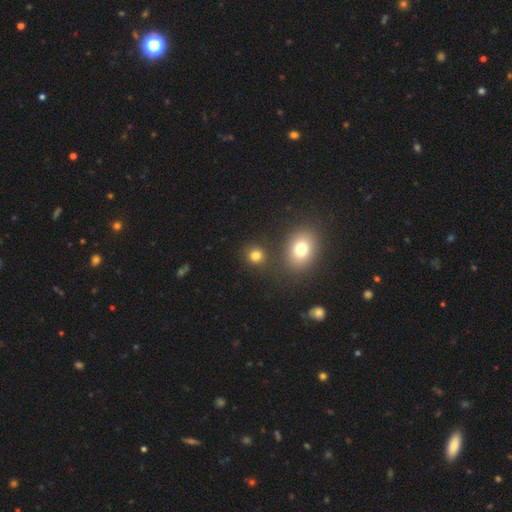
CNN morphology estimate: Smooth or featured: smooth — 79% (star or artifact — 15%)
How rounded: round — 82% (in between — 17%)
Merging: none — 79% (merger — 9%)